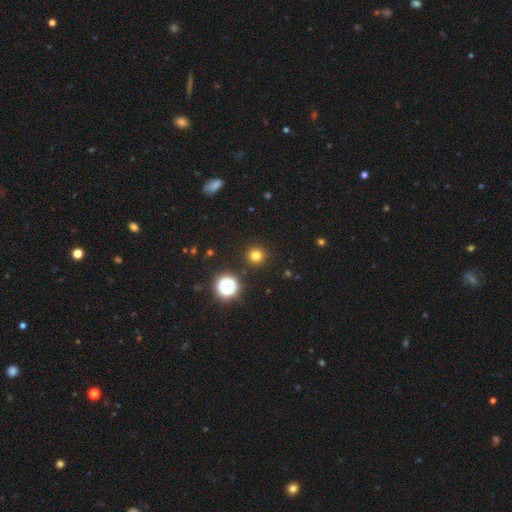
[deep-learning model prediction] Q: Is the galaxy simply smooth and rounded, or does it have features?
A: smooth — 77%.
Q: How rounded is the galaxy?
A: round — 96%.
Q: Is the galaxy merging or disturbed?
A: none — 93%.